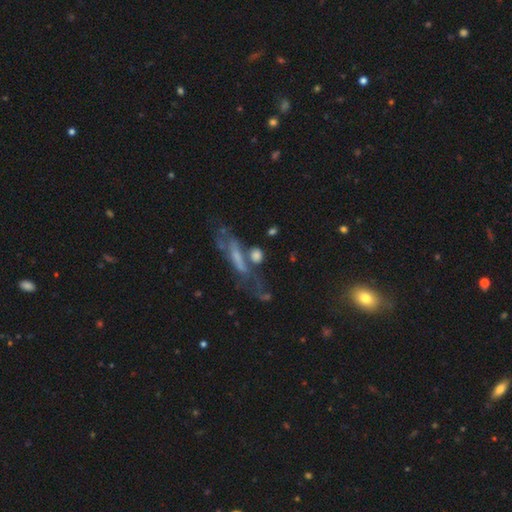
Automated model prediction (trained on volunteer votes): Smooth or featured? Predicted: smooth (p=0.59). How rounded? Predicted: round (p=0.39). Merging? Predicted: none (p=0.45).